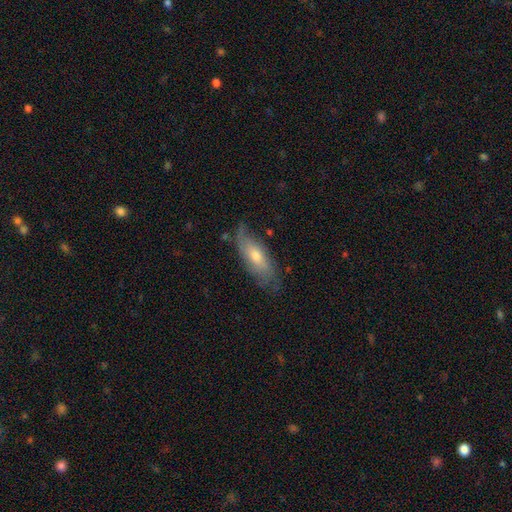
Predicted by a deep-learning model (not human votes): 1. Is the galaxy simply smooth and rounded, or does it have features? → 50% featured or disk, 43% smooth, 7% star or artifact.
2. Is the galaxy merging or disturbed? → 66% none, 25% minor disturbance, 8% major disturbance, 2% merger.